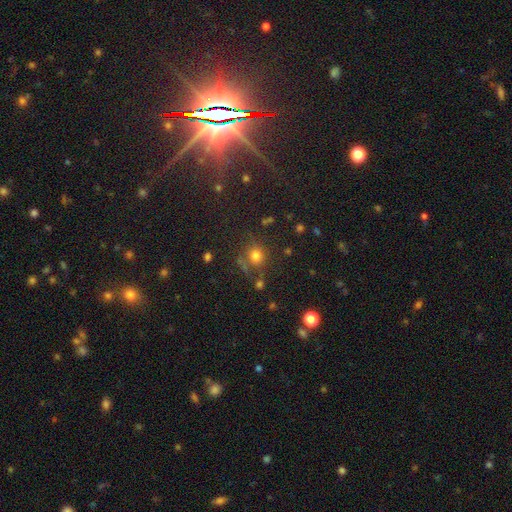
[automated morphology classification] This is likely a smooth galaxy (73%). How rounded: clearly round (85%). Merging: likely none (71%).